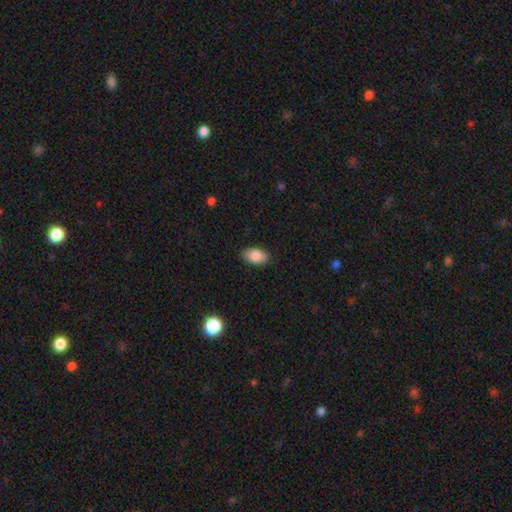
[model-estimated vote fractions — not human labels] Overall: smooth (87%). How rounded: in between (92%). Merging: none (88%).